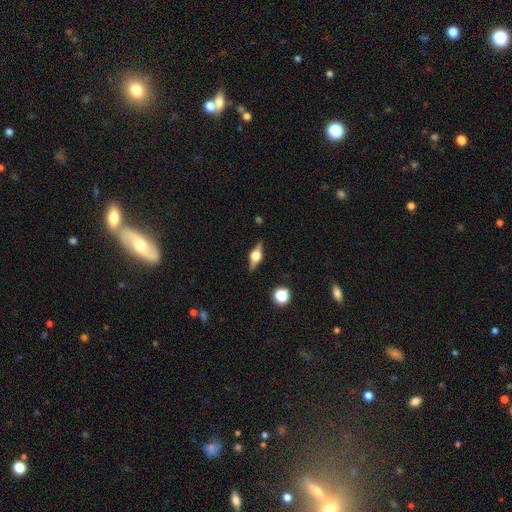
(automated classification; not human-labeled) featured or disk 72%, smooth 21%, star or artifact 8%. Down the decision tree: edge-on disk — yes (96%); edge-on bulge — rounded (92%); merging — none (87%).